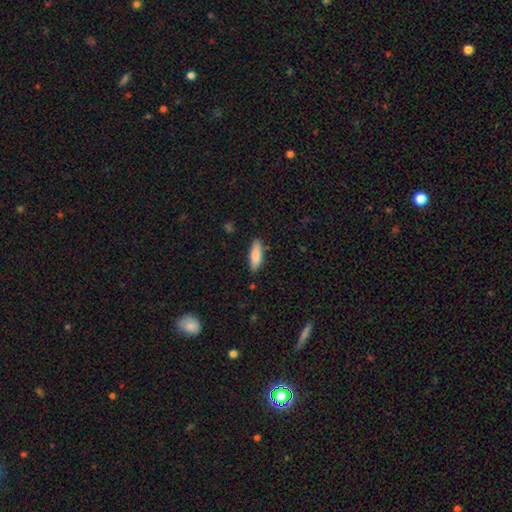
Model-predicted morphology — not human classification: type=smooth (84%); roundness=in between (56%); merging=none (82%).